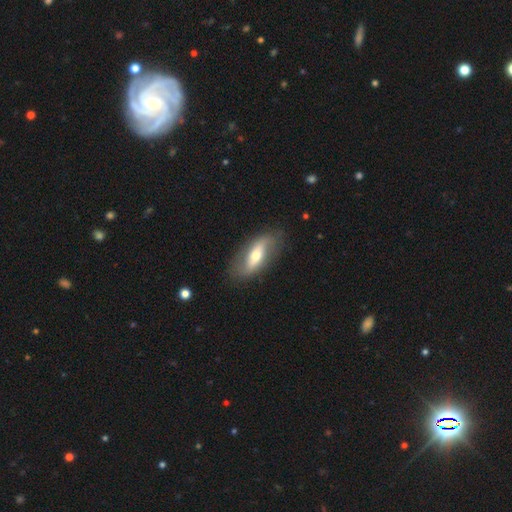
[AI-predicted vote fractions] Morphology: type=featured or disk (60%); edge-on=no (77%); merging=none (79%).